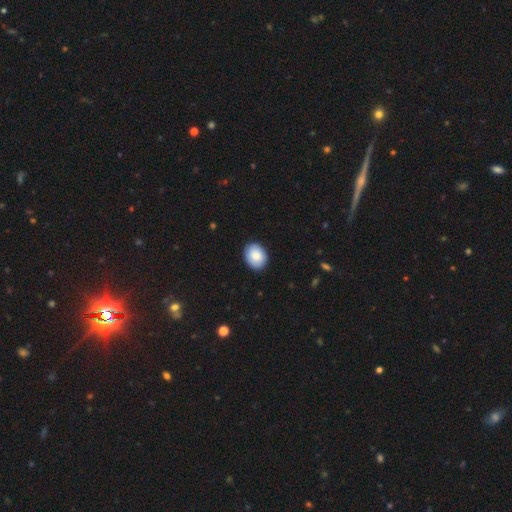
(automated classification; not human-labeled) Smooth or featured? Predicted: smooth (p=0.87). How rounded? Predicted: in between (p=0.59). Merging? Predicted: none (p=0.88).